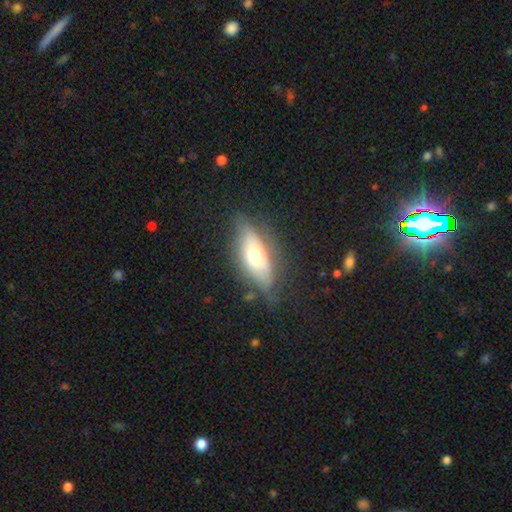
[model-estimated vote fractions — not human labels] A smooth galaxy with no disk features (49%).

Vote fractions:
- Smooth or featured? smooth: 49% / featured or disk: 44% / star or artifact: 7%
- Merging? none: 68% / minor disturbance: 22% / major disturbance: 8% / merger: 2%